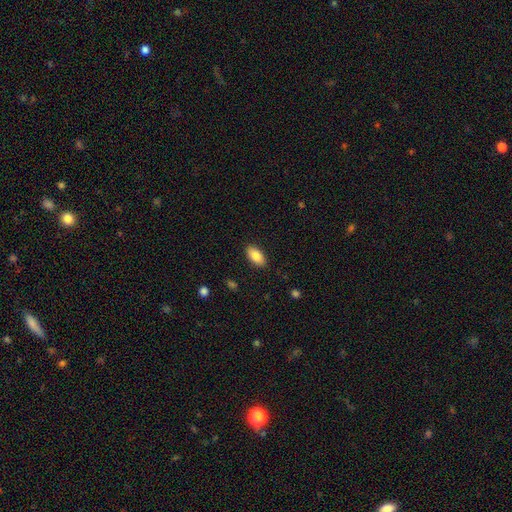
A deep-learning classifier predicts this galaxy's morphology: type=smooth (84%); roundness=in between (93%); merging=none (89%).